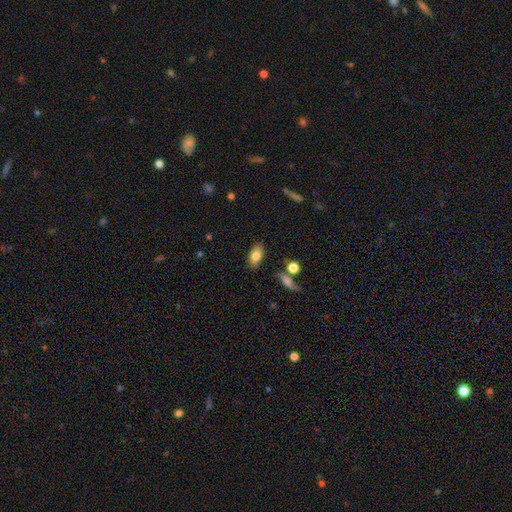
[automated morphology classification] Q: Smooth or featured?
A: smooth (79%); runner-up: featured or disk (13%)
Q: How rounded?
A: in between (90%); runner-up: round (5%)
Q: Merging?
A: none (83%); runner-up: minor disturbance (11%)